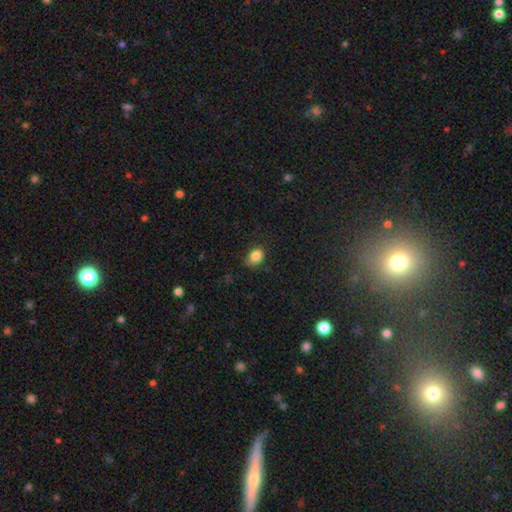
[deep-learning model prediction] smooth_or_featured: smooth (p=0.85) [alt: star or artifact p=0.10]
how_rounded: in between (p=0.59) [alt: round p=0.40]
merging: none (p=0.71) [alt: minor disturbance p=0.22]